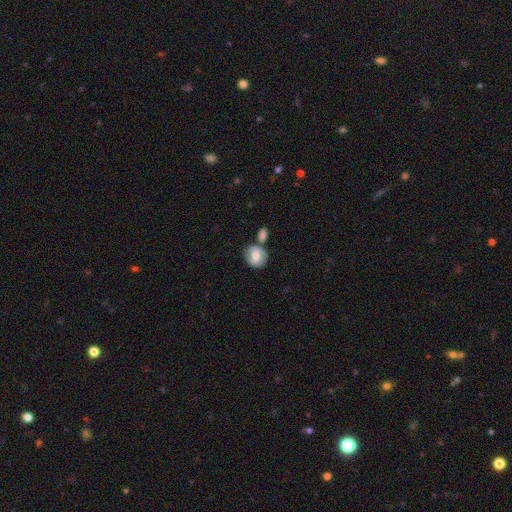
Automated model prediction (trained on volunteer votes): A smooth galaxy with no disk features (56%) that is round (74%).

Vote fractions:
- Smooth or featured? smooth: 56% / featured or disk: 37% / star or artifact: 7%
- How rounded? round: 74% / in between: 24% / cigar-shaped: 1%
- Merging? none: 58% / merger: 21% / minor disturbance: 16% / major disturbance: 5%